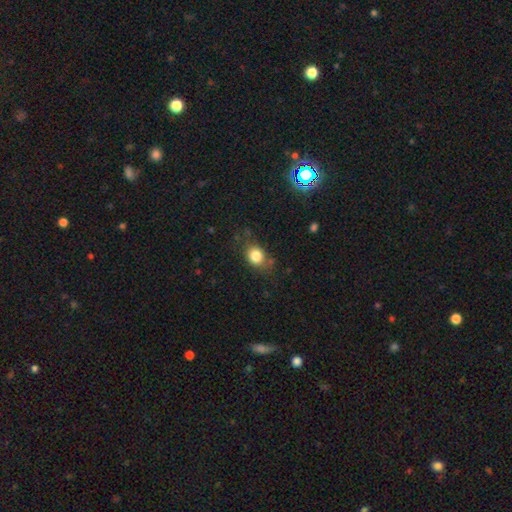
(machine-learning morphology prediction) smooth_or_featured: smooth (p=0.81) [alt: star or artifact p=0.11]
how_rounded: round (p=0.50) [alt: in between p=0.48]
merging: none (p=0.73) [alt: minor disturbance p=0.19]